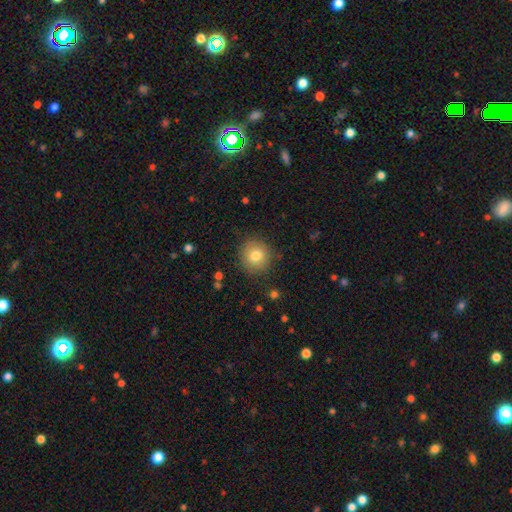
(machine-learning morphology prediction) A smooth galaxy with no disk features (79%) that is round (91%). Merging: none (87%).